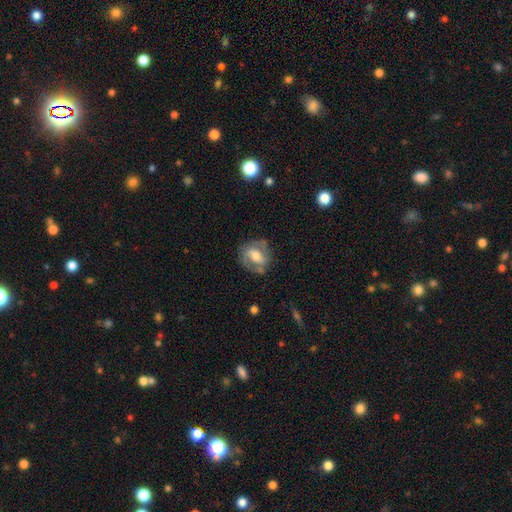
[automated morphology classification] type=featured or disk (61%); edge-on=no (95%); bar=weak (42%); spiral arms=yes (74%); bulge=moderate (62%); merging=none (65%).